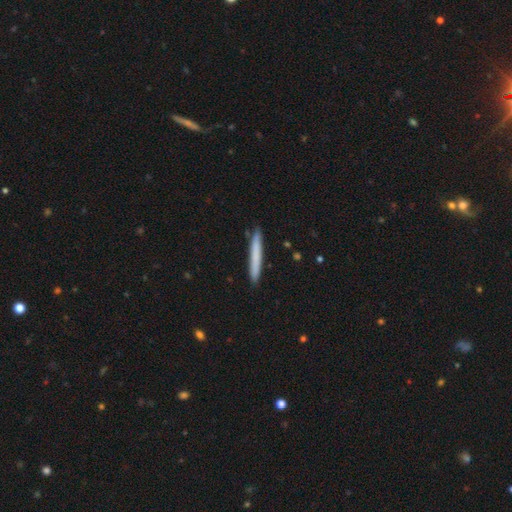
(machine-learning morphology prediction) A smooth galaxy with no disk features (71%) that is cigar-shaped (97%). Merging: none (90%).